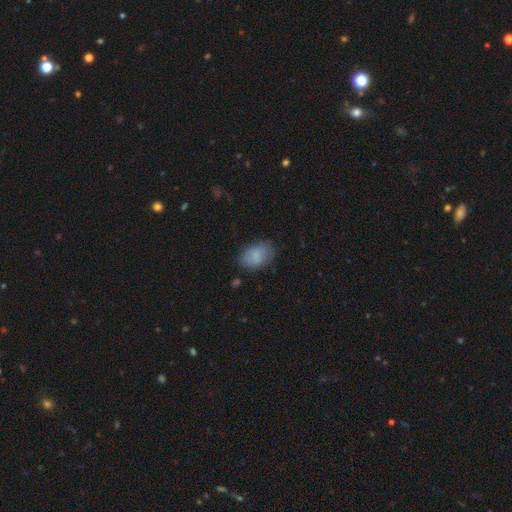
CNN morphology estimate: Smooth or featured? smooth (82%)
How rounded? in between (86%)
Merging? none (72%)